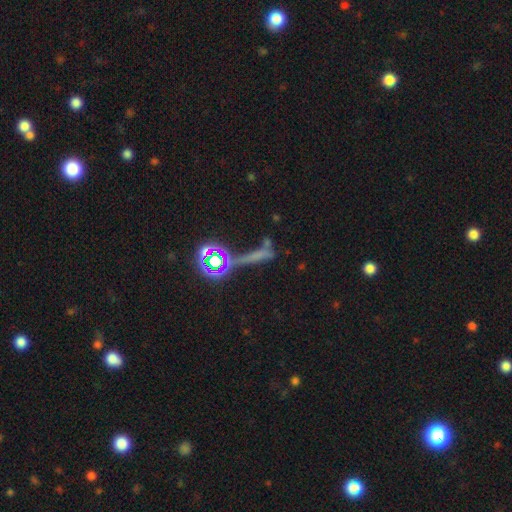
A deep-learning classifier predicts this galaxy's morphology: type=star or artifact (49%).